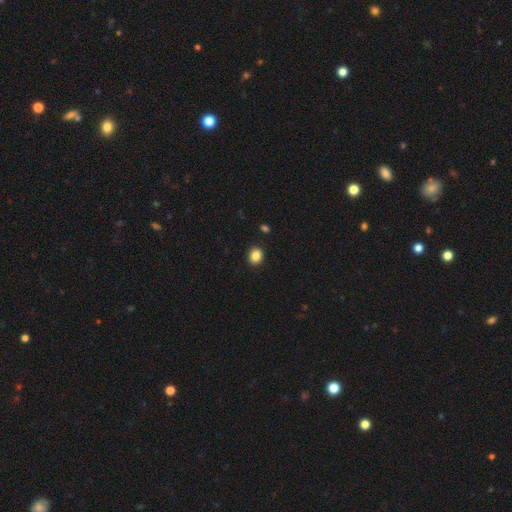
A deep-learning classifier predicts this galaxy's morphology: Smooth or featured? Predicted: smooth (p=0.86). How rounded? Predicted: round (p=0.70). Merging? Predicted: none (p=0.91).